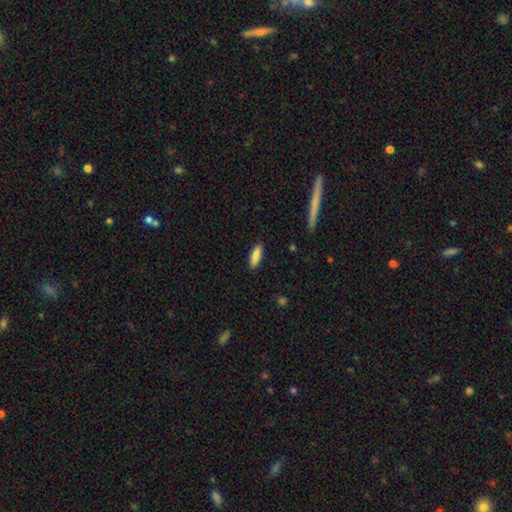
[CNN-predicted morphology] smooth 86%, featured or disk 7%, star or artifact 6%. Down the decision tree: how rounded — in between (49%, tied with cigar-shaped); merging — none (89%).